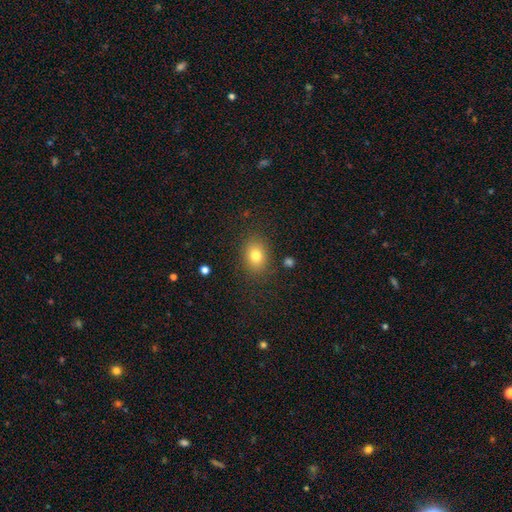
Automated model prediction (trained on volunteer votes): Smooth or featured: smooth — 79% (star or artifact — 11%)
How rounded: in between — 58% (round — 41%)
Merging: none — 84% (minor disturbance — 10%)